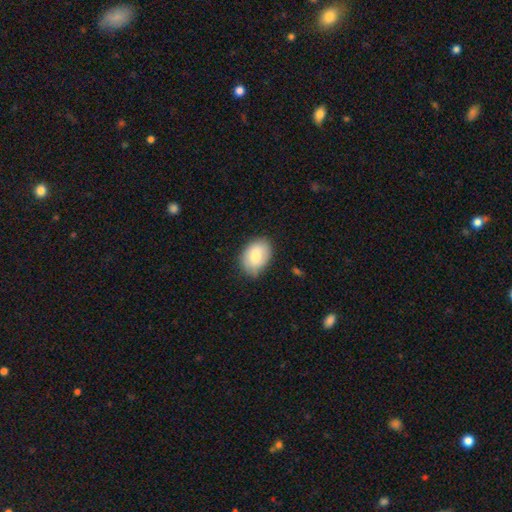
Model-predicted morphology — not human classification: Smooth or featured?
  - smooth: 80% *
  - featured or disk: 13%
  - star or artifact: 7%
How rounded?
  - in between: 81% *
  - round: 18%
  - cigar-shaped: 1%
Merging?
  - none: 74% *
  - minor disturbance: 21%
  - major disturbance: 4%
  - merger: 1%